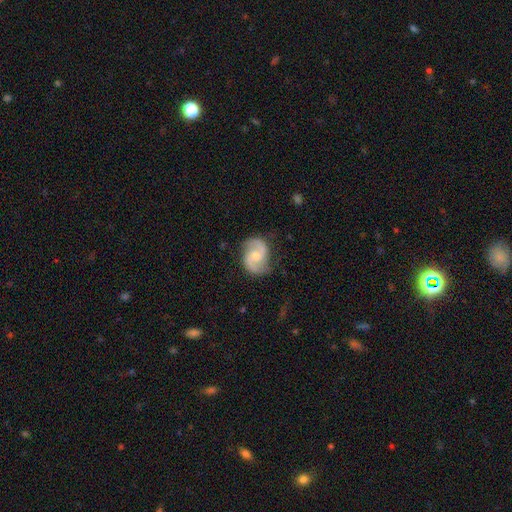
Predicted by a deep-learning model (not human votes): The model was most divided on "bar": no: 52%, weak: 42%, strong: 6%. More confident: edge-on disk — no (98%); spiral arms — yes (97%); spiral arm count — 2 (93%); smooth or featured — featured or disk (86%); merging — none (79%); spiral winding — medium (53%); bulge size — moderate (51%).